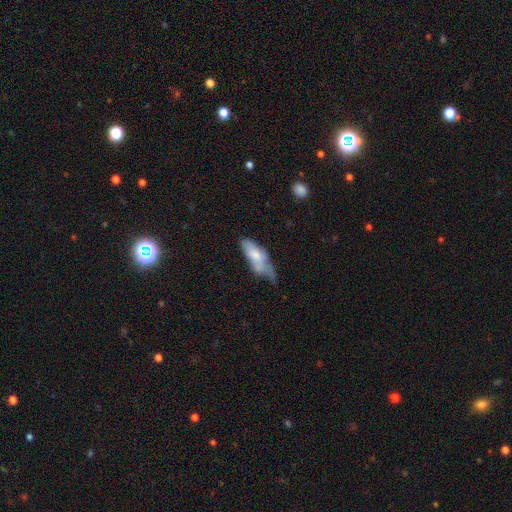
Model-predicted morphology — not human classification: Smooth or featured? smooth (64%)
How rounded? in between (70%)
Merging? minor disturbance (36%)